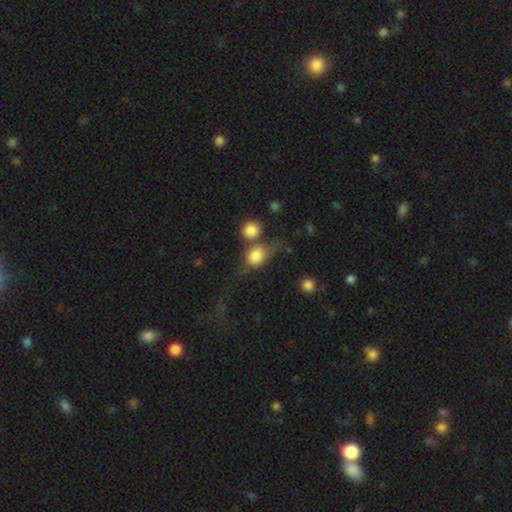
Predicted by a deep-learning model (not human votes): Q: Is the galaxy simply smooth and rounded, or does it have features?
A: smooth — 79%.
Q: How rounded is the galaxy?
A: round — 59%.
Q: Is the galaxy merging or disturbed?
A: none — 38%.